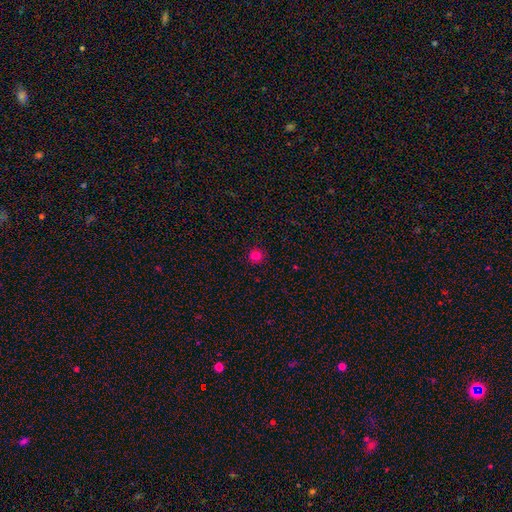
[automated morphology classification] smooth 80%, star or artifact 15%, featured or disk 4%. Down the decision tree: how rounded — round (93%); merging — none (92%).